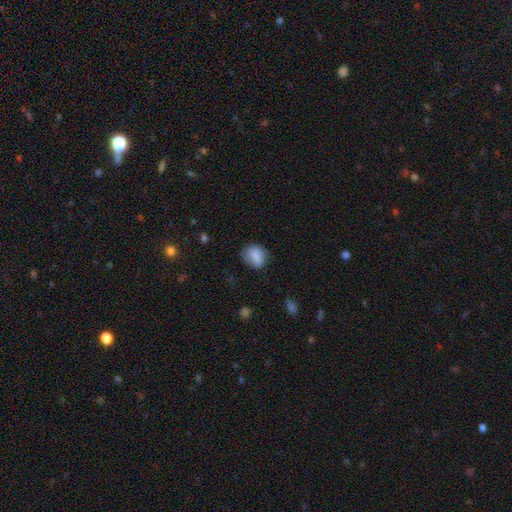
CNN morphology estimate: Smooth or featured: smooth — 84% (star or artifact — 8%)
How rounded: round — 51% (in between — 48%)
Merging: none — 65% (minor disturbance — 25%)